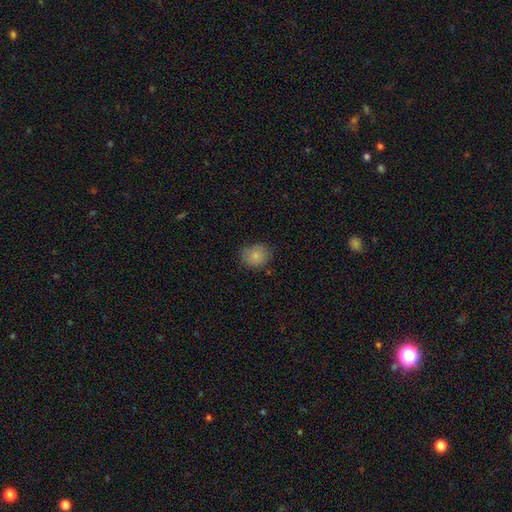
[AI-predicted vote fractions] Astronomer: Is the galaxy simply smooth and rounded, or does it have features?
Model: smooth — 83%.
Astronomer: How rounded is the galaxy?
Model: round — 61% (runner-up: in between, 38%).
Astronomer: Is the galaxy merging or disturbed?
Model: none — 73%.